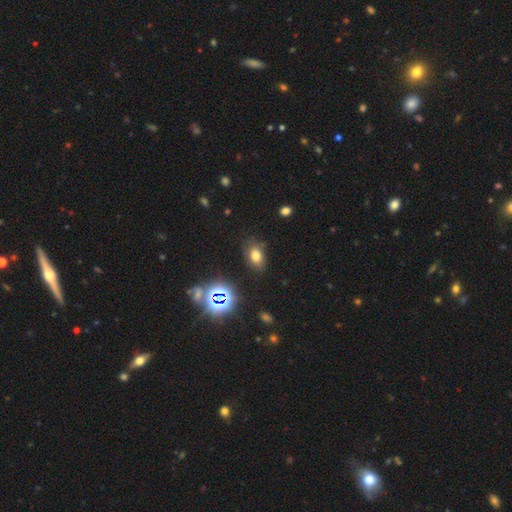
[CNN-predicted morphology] Overall: smooth (69%). How rounded: in between (82%). Merging: none (79%).